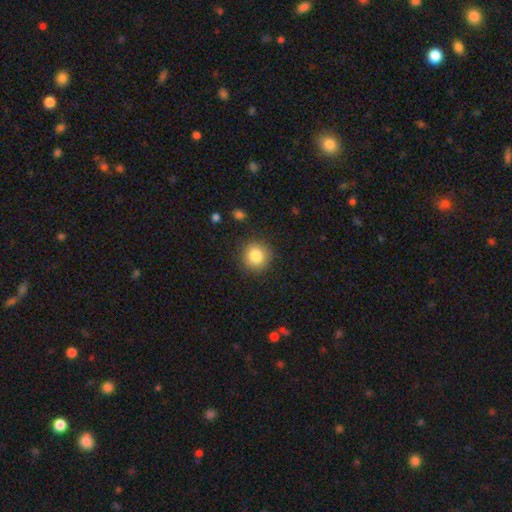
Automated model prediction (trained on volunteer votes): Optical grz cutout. It shows a smooth galaxy with no disk features (84%) that is round (92%). Merging: none (89%).